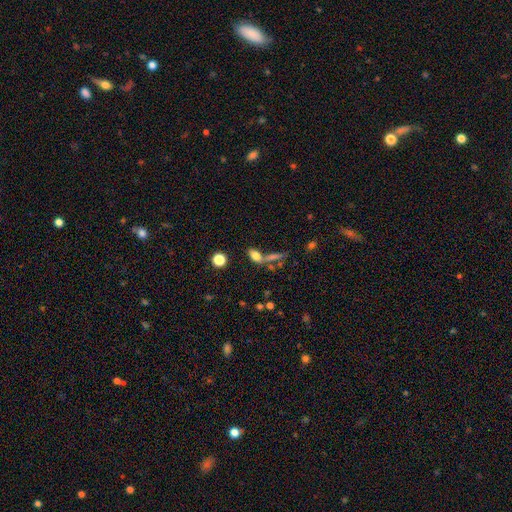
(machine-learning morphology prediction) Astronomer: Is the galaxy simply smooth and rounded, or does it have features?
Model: smooth — 75%.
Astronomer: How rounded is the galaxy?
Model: in between — 74%.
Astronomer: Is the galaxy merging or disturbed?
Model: none — 47% (runner-up: merger, 33%).